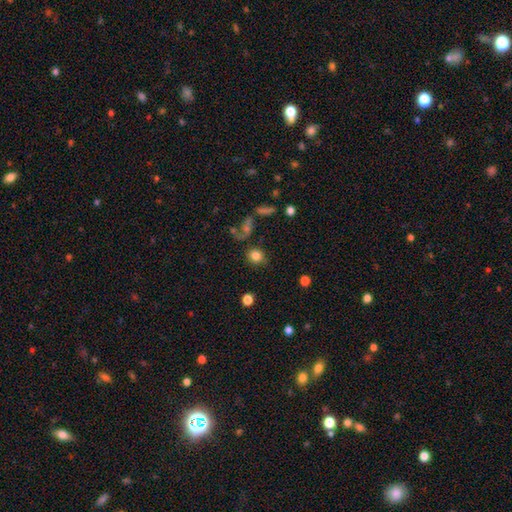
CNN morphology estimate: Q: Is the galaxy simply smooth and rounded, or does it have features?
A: smooth — 81%.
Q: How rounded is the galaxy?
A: round — 77%.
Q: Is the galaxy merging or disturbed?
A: none — 73%.